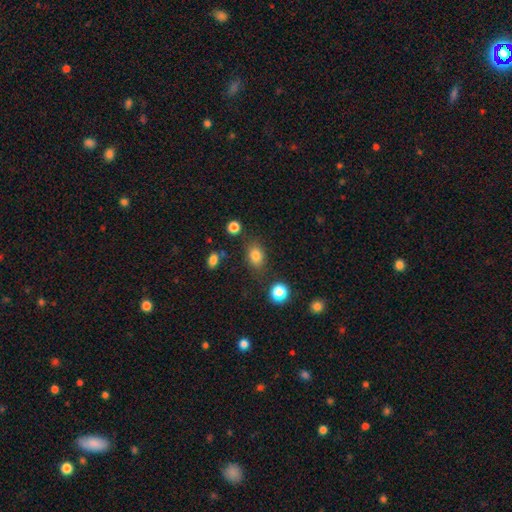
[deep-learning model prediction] Smooth or featured? smooth (82%)
How rounded? in between (71%)
Merging? none (77%)